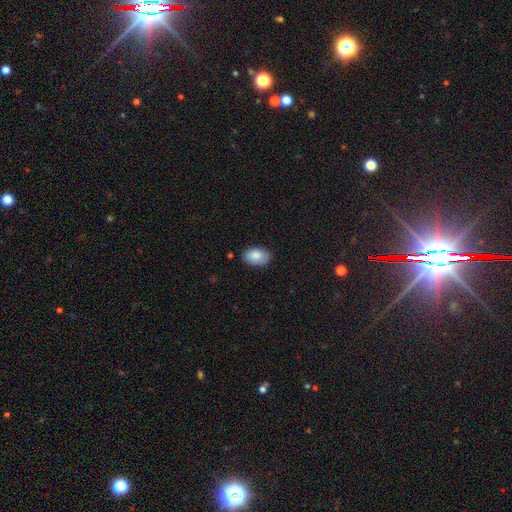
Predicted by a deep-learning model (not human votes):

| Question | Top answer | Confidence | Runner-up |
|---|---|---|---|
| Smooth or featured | smooth | 86% | star or artifact (7%) |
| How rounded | in between | 91% | round (7%) |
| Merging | none | 83% | minor disturbance (13%) |